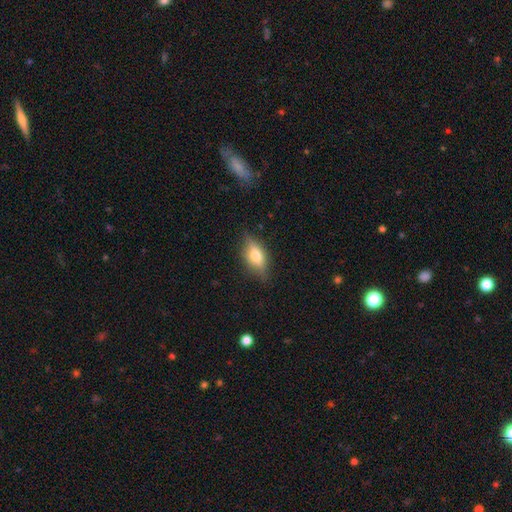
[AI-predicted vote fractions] A smooth galaxy with no disk features (52%) that is in between round and cigar-shaped (73%). Merging: none (79%).